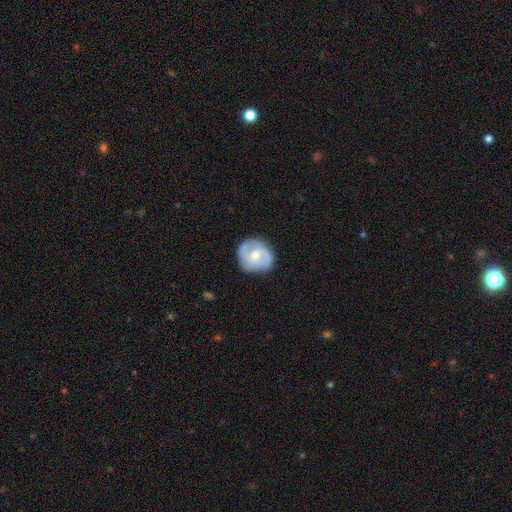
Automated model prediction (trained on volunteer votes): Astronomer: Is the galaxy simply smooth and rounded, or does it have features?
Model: featured or disk — 67%.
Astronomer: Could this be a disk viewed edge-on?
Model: no — 97%.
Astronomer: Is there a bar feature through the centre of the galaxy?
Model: no — 56% (runner-up: weak, 36%).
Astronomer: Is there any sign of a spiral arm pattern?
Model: yes — 84%.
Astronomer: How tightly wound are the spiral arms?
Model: medium — 45% (runner-up: tight, 37%).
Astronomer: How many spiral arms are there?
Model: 2 — 61%.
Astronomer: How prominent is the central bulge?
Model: moderate — 69%.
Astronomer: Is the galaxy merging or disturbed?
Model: none — 78%.